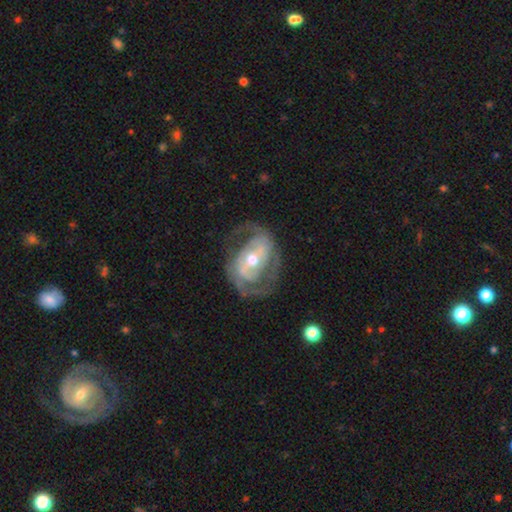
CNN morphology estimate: Smooth or featured?
  - featured or disk: 87% *
  - smooth: 8%
  - star or artifact: 5%
Edge-on disk?
  - no: 97% *
  - yes: 3%
Bar?
  - weak: 36% *
  - strong: 33%
  - no: 30%
Spiral arms?
  - yes: 92% *
  - no: 8%
Spiral winding?
  - medium: 45% *
  - tight: 37%
  - loose: 17%
Spiral arm count?
  - 2: 79% *
  - can't tell: 9%
  - 3: 6%
  - 1: 3%
  - 4: 2%
  - more than 4: 2%
Bulge size?
  - moderate: 61% *
  - small: 33%
  - large: 4%
  - none: 1%
  - dominant: 1%
Merging?
  - none: 67% *
  - minor disturbance: 17%
  - major disturbance: 14%
  - merger: 2%